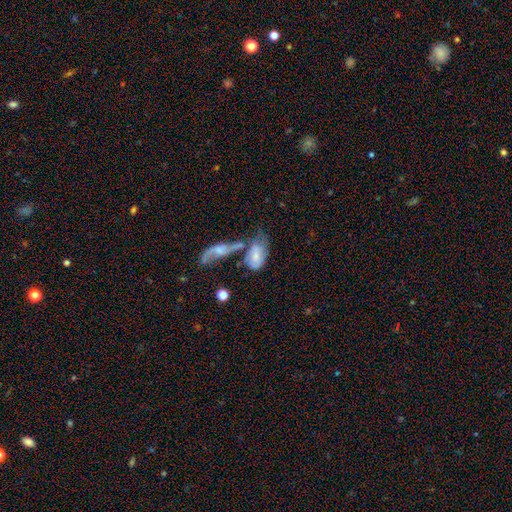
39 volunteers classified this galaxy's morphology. This is likely a smooth galaxy (72%). How rounded: clearly in between (93%). Merging: likely merger (62%).